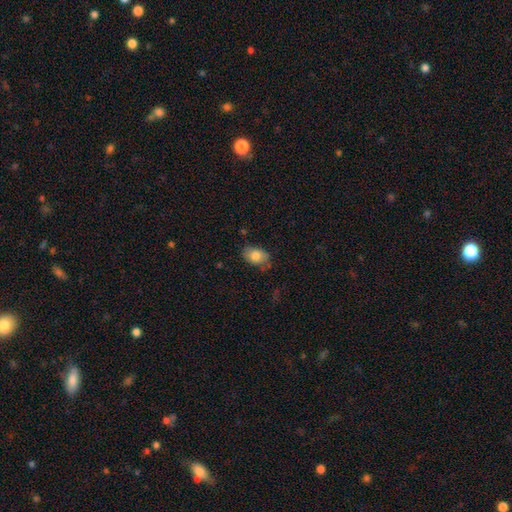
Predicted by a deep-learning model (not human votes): Smooth or featured: smooth — 80% (featured or disk — 12%)
How rounded: in between — 85% (round — 14%)
Merging: none — 71% (minor disturbance — 22%)